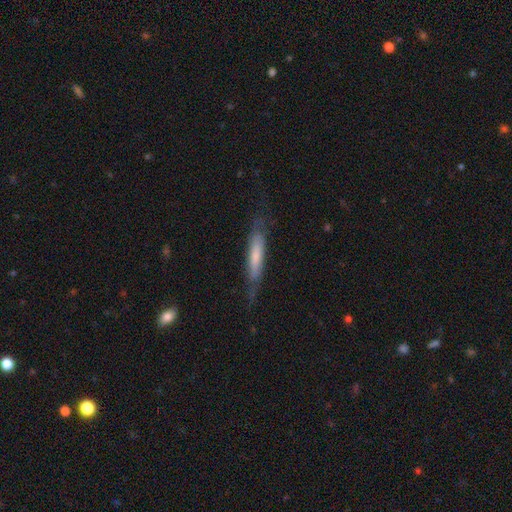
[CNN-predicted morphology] smooth-or-featured: smooth: 54% | featured or disk: 40% | star or artifact: 6%
  how-rounded: cigar-shaped: 87% | in between: 12% | round: 2%
  merging: none: 66% | minor disturbance: 22% | major disturbance: 10% | merger: 2%